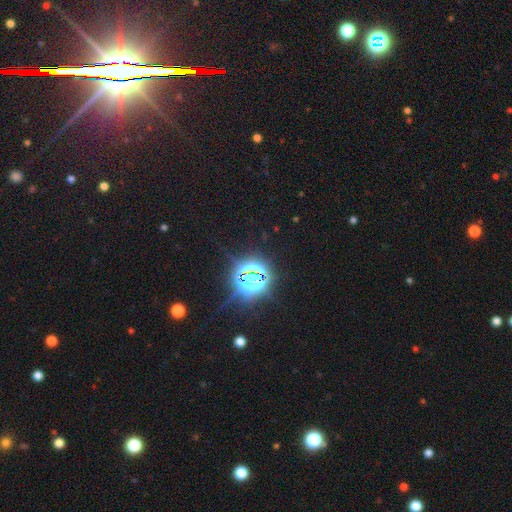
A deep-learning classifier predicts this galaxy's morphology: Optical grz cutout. It shows a star or artifact, not a galaxy (84%).